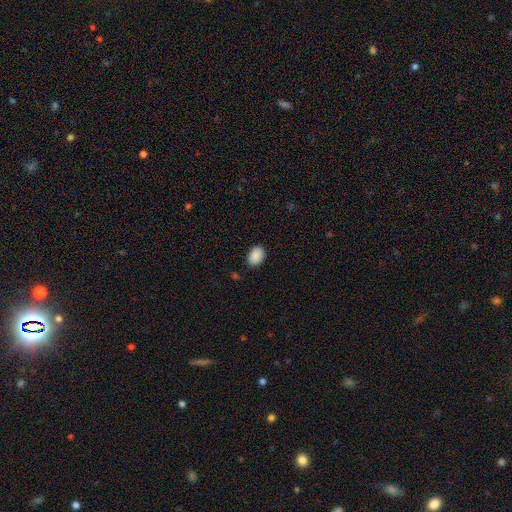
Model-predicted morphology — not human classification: smooth-or-featured: smooth: 90% | star or artifact: 7% | featured or disk: 3%
  how-rounded: in between: 83% | round: 16% | cigar-shaped: 1%
  merging: none: 86% | minor disturbance: 10% | major disturbance: 2% | merger: 1%